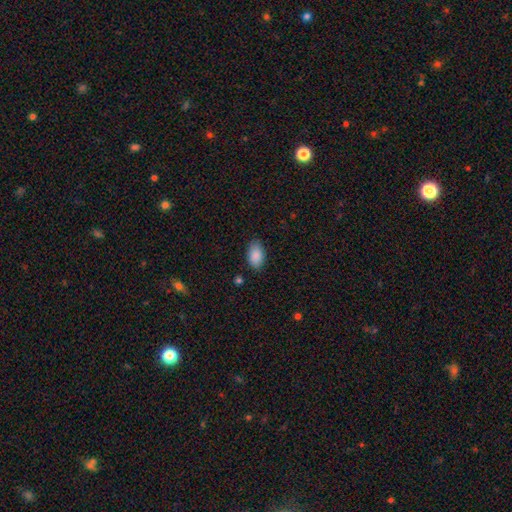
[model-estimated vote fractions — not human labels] smooth-or-featured: smooth: 89% | star or artifact: 7% | featured or disk: 4%
  how-rounded: in between: 93% | round: 6% | cigar-shaped: 2%
  merging: none: 82% | minor disturbance: 13% | major disturbance: 3% | merger: 1%